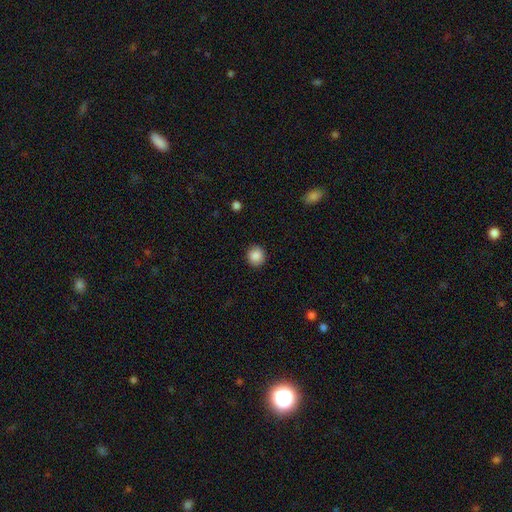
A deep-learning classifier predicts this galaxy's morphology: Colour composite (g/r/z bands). It shows a smooth galaxy with no disk features (87%) that is round (90%). Merging: none (90%).